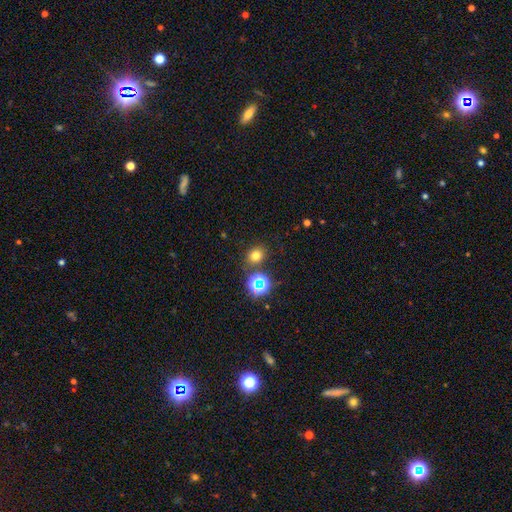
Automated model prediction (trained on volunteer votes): Smooth or featured: smooth — 71% (star or artifact — 22%)
How rounded: round — 73% (in between — 26%)
Merging: none — 81% (minor disturbance — 9%)